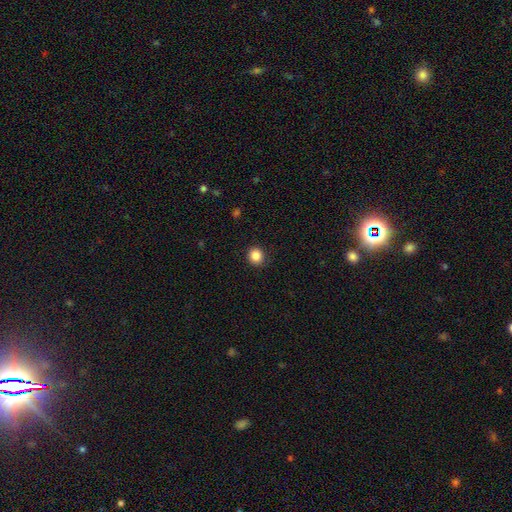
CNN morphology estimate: Smooth or featured? Predicted: smooth (p=0.86). How rounded? Predicted: round (p=0.90). Merging? Predicted: none (p=0.88).